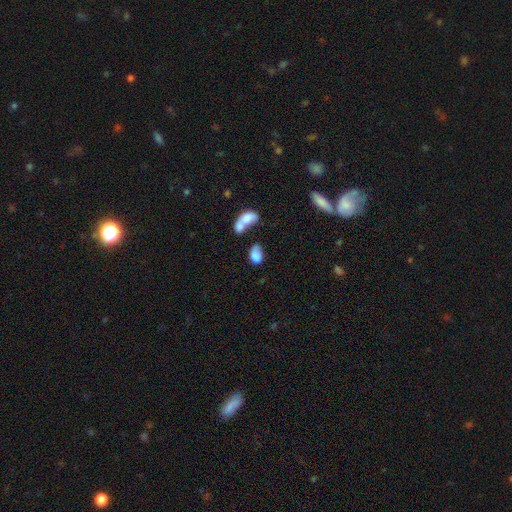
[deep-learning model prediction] The model was most divided on "merging": merger: 38%, none: 32%, minor disturbance: 19%, major disturbance: 12%. More confident: how rounded — in between (86%); smooth or featured — smooth (80%).